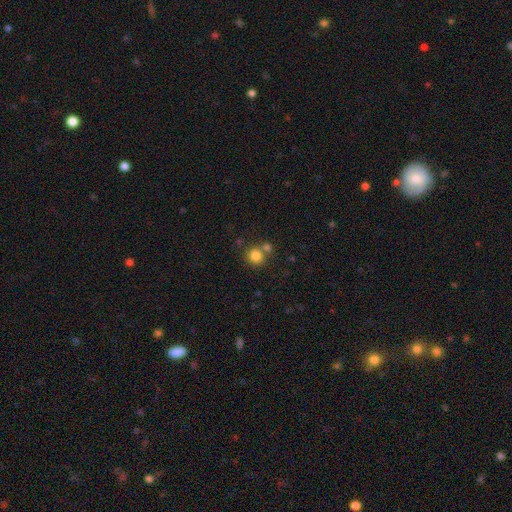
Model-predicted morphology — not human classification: type=smooth (82%); roundness=round (91%); merging=none (63%).